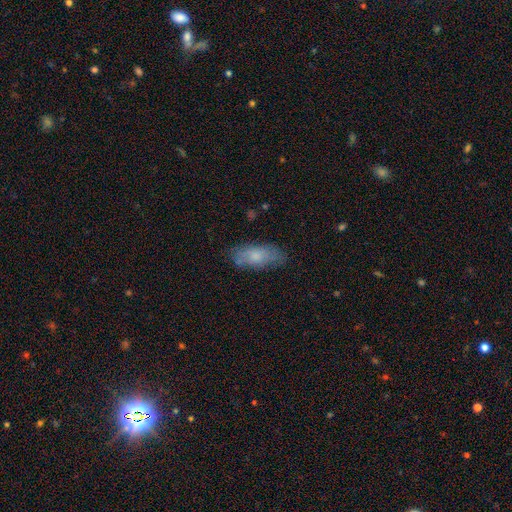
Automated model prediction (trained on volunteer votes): This appears to be a smooth galaxy with no disk features (68%) that is in between round and cigar-shaped (82%). Merging: none (73%).